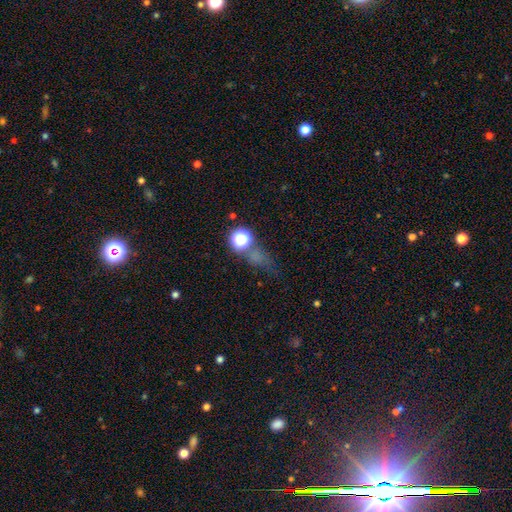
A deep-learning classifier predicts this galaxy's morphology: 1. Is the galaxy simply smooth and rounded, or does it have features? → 46% smooth, 43% star or artifact, 11% featured or disk.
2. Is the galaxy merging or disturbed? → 57% none, 16% minor disturbance, 16% major disturbance, 11% merger.